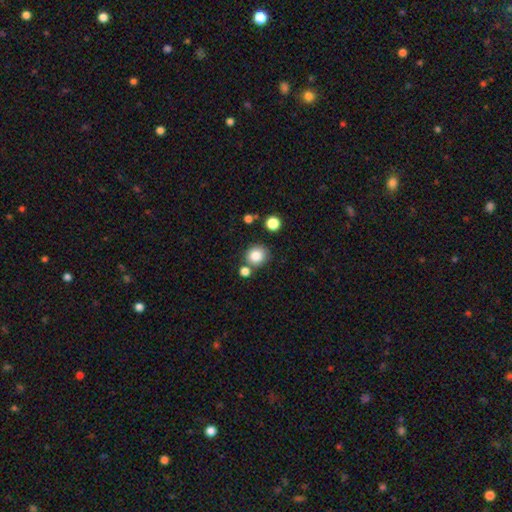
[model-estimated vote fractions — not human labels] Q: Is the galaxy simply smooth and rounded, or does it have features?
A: smooth — 84%.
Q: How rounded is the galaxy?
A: round — 86%.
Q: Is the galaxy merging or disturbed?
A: none — 74%.